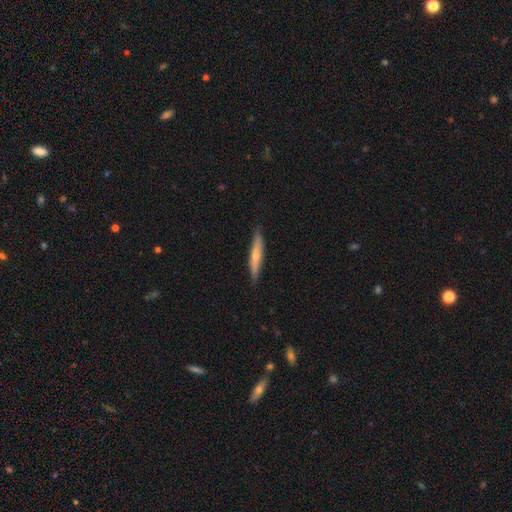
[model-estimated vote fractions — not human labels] The model was most divided on "smooth or featured": smooth: 51%, featured or disk: 43%, star or artifact: 6%. More confident: how rounded — cigar-shaped (91%); merging — none (87%).